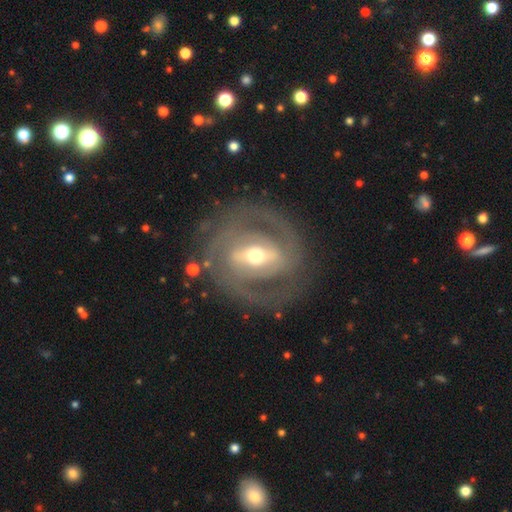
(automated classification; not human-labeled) Q: Smooth or featured?
A: featured or disk (85%); runner-up: smooth (10%)
Q: Edge-on disk?
A: no (95%); runner-up: yes (5%)
Q: Bar?
A: strong (58%); runner-up: weak (29%)
Q: Spiral arms?
A: yes (81%); runner-up: no (19%)
Q: Spiral winding?
A: tight (48%); runner-up: medium (39%)
Q: Spiral arm count?
A: 2 (75%); runner-up: can't tell (13%)
Q: Bulge size?
A: moderate (64%); runner-up: small (25%)
Q: Merging?
A: none (76%); runner-up: minor disturbance (13%)